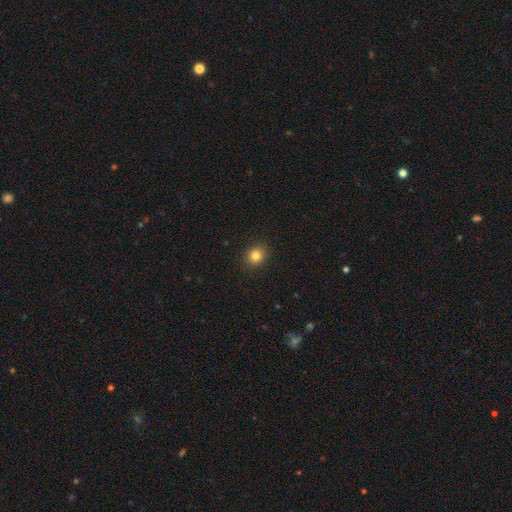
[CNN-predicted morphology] The model was most divided on "how rounded": round: 71%, in between: 28%, cigar-shaped: 1%. More confident: merging — none (91%); smooth or featured — smooth (82%).